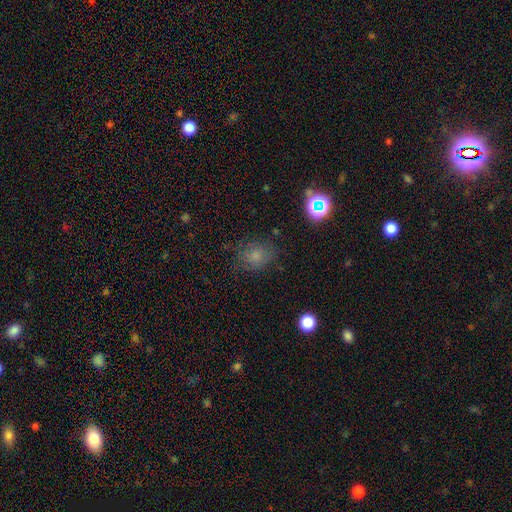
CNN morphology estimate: Smooth or featured? Predicted: smooth (p=0.71). How rounded? Predicted: round (p=0.62). Merging? Predicted: none (p=0.74).